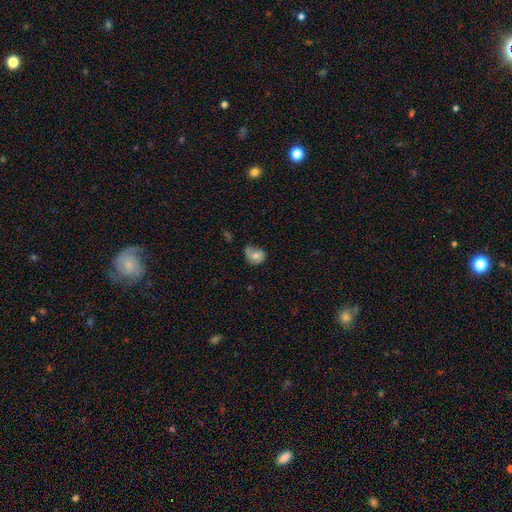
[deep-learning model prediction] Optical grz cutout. It shows a smooth galaxy with no disk features (55%) that is round (63%). Merging: none (43%).